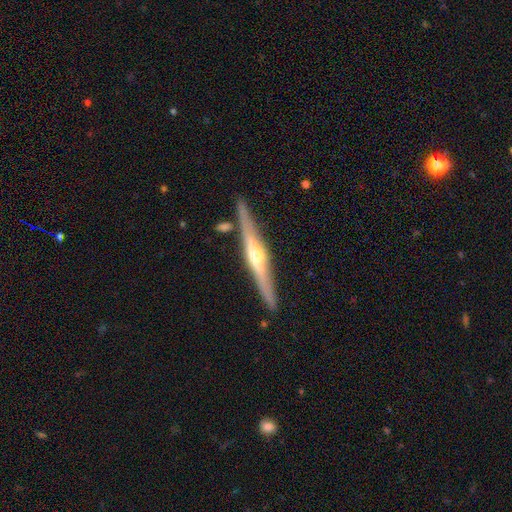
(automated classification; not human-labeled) Morphology: type=featured or disk (79%); edge-on=yes (97%); edge-on bulge=rounded (88%); merging=none (86%).